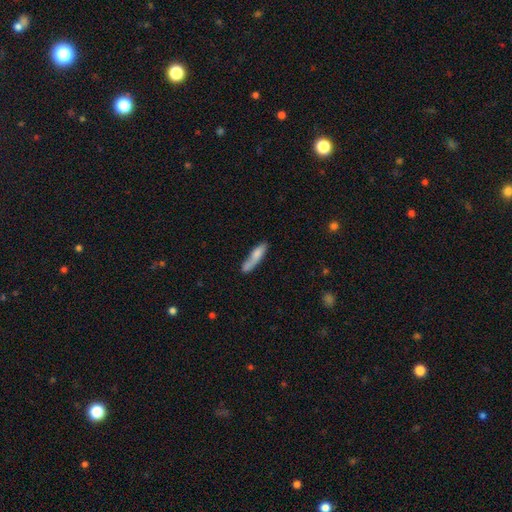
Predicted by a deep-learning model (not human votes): smooth 73%, featured or disk 20%, star or artifact 6%. Down the decision tree: how rounded — cigar-shaped (77%); merging — none (53%).